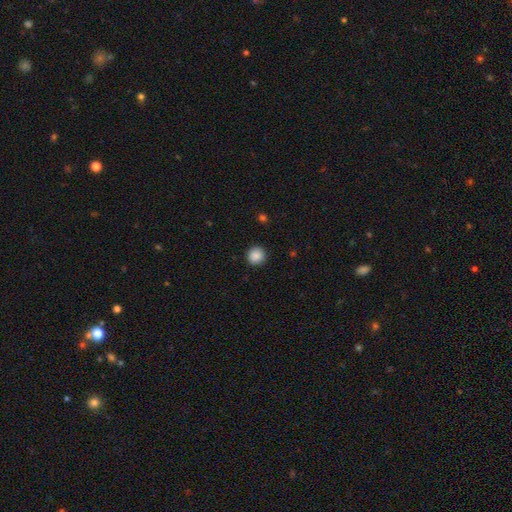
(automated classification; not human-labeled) This is clearly a smooth galaxy (88%). How rounded: clearly round (93%). Merging: clearly none (91%).